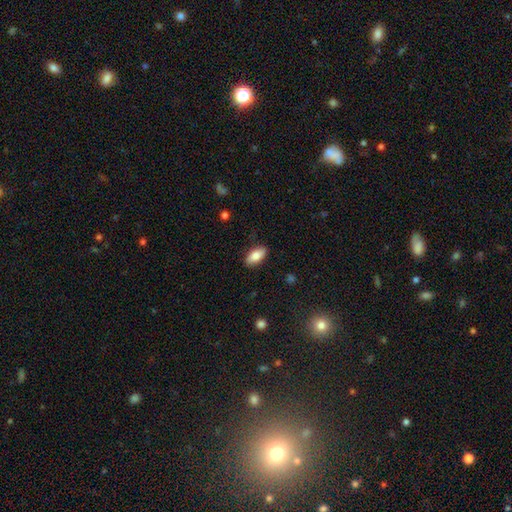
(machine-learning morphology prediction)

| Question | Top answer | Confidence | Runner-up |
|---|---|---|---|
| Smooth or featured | smooth | 80% | featured or disk (13%) |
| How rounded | in between | 87% | cigar-shaped (10%) |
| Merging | none | 87% | minor disturbance (9%) |